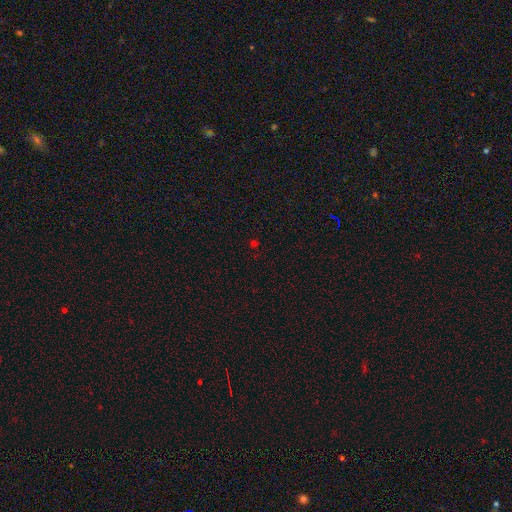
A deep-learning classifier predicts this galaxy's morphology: smooth_or_featured: star or artifact (p=0.59) [alt: smooth p=0.35]